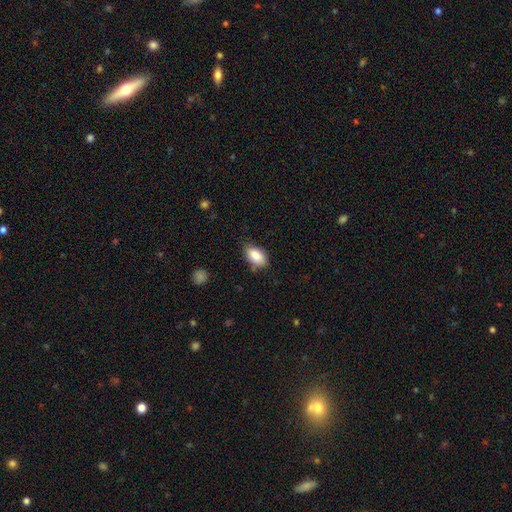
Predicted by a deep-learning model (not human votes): Smooth or featured: smooth — 87% (star or artifact — 7%)
How rounded: in between — 92% (round — 5%)
Merging: none — 74% (minor disturbance — 20%)